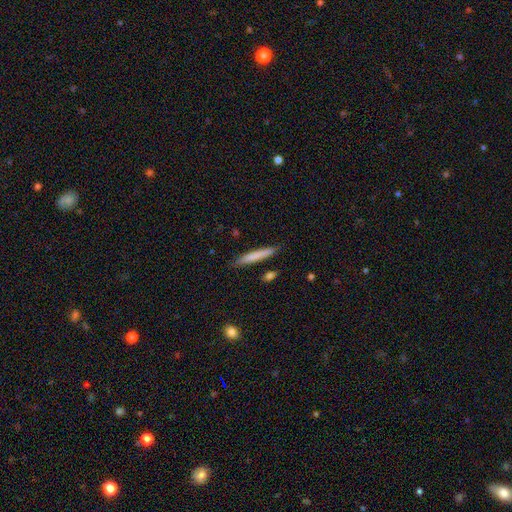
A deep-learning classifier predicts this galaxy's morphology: smooth 76%, featured or disk 18%, star or artifact 6%. Down the decision tree: how rounded — cigar-shaped (95%); merging — none (86%).